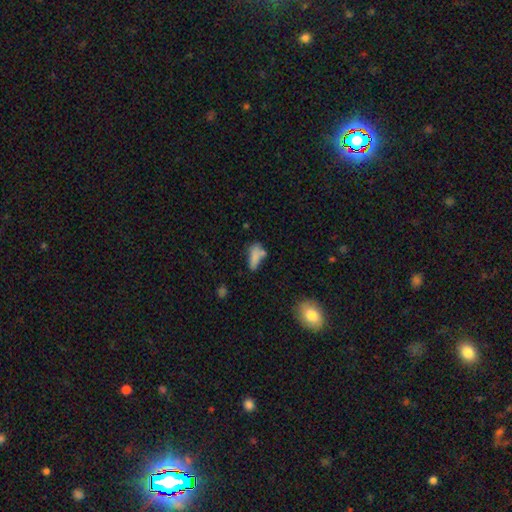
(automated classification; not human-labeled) A smooth galaxy with no disk features (76%) that is in between round and cigar-shaped (66%). Merging: none (43%).